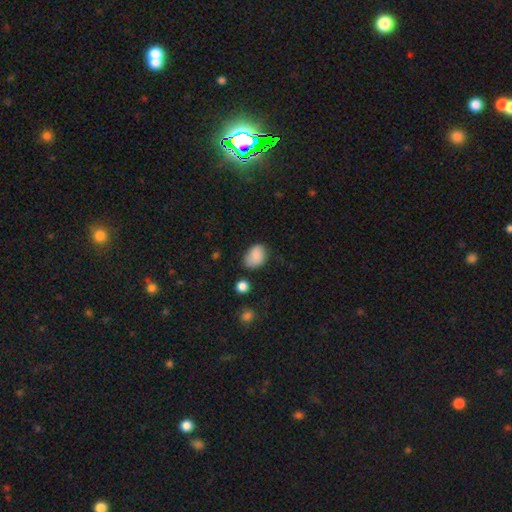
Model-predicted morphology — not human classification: The model was most divided on "merging": none: 62%, minor disturbance: 28%, major disturbance: 6%, merger: 3%. More confident: smooth or featured — smooth (86%); how rounded — in between (77%).